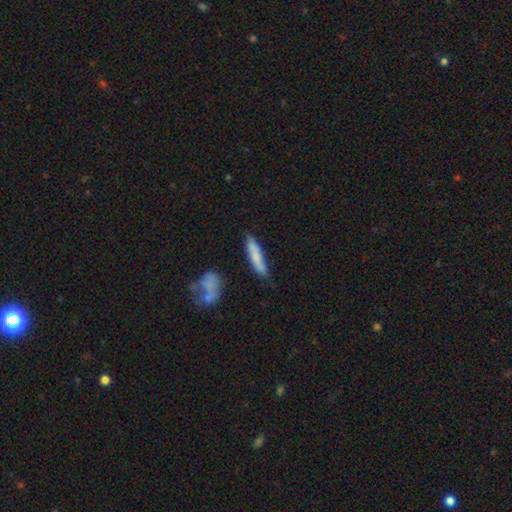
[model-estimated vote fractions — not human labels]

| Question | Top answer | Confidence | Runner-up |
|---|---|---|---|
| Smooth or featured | smooth | 73% | featured or disk (21%) |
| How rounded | cigar-shaped | 83% | in between (15%) |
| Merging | none | 65% | minor disturbance (24%) |